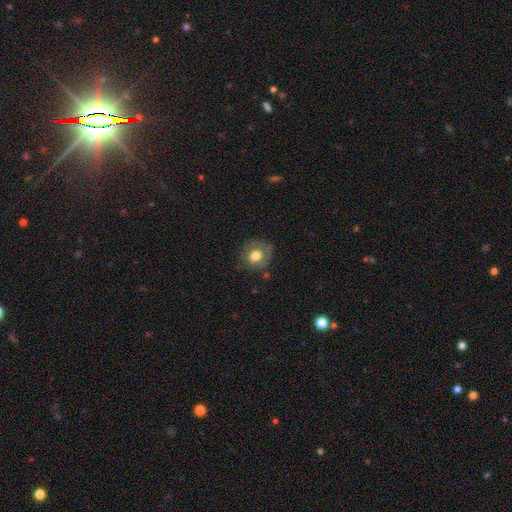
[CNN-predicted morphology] Smooth or featured?
  - smooth: 62% *
  - featured or disk: 30%
  - star or artifact: 8%
How rounded?
  - round: 79% *
  - in between: 20%
  - cigar-shaped: 1%
Merging?
  - none: 70% *
  - minor disturbance: 20%
  - major disturbance: 8%
  - merger: 2%